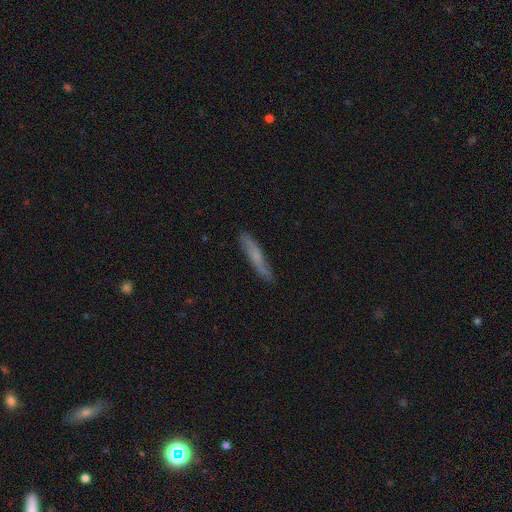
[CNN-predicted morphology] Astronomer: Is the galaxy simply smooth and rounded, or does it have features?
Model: smooth — 50% (runner-up: featured or disk, 43%).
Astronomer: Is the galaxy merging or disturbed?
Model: none — 76%.